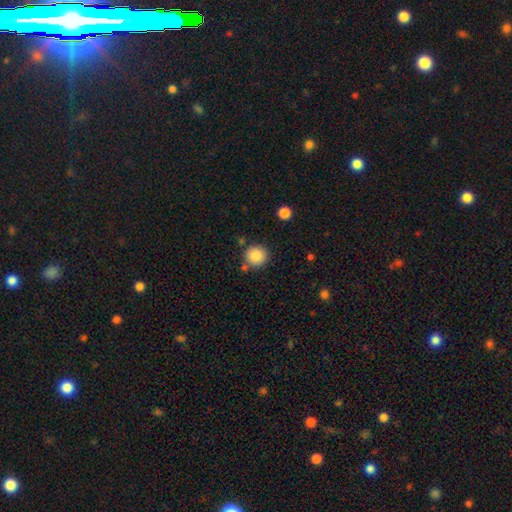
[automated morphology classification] smooth-or-featured: smooth: 86% | star or artifact: 9% | featured or disk: 5%
  how-rounded: round: 91% | in between: 8% | cigar-shaped: 1%
  merging: none: 82% | minor disturbance: 9% | merger: 6% | major disturbance: 3%